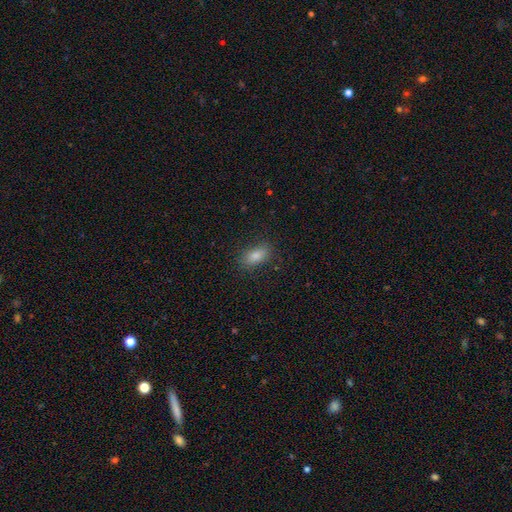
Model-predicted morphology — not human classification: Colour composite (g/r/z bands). It shows a smooth galaxy with no disk features (80%) that is in between round and cigar-shaped (84%). Merging: none (86%).